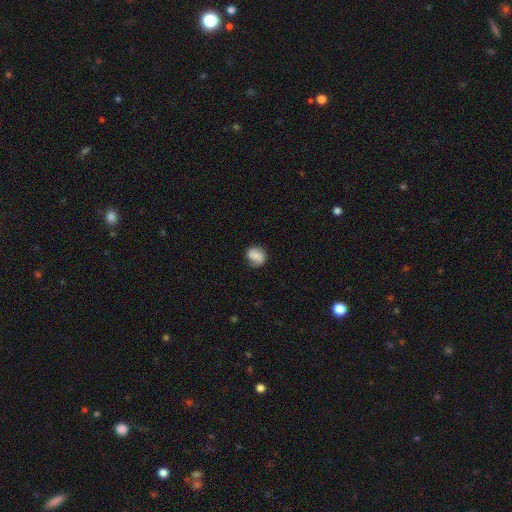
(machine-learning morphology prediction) Smooth or featured? Predicted: smooth (p=0.70). How rounded? Predicted: round (p=0.64). Merging? Predicted: none (p=0.73).